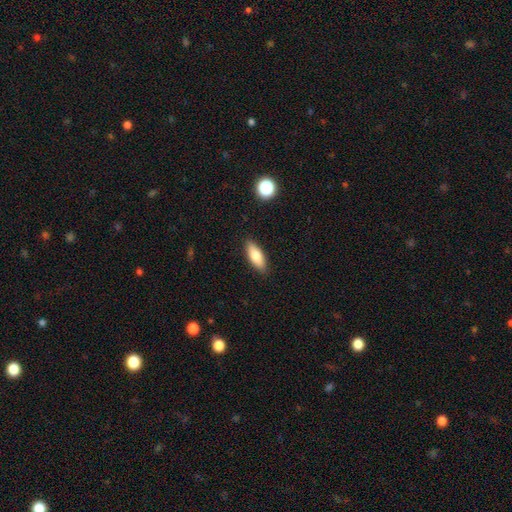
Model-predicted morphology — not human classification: Smooth or featured?
  - smooth: 76% *
  - featured or disk: 17%
  - star or artifact: 7%
How rounded?
  - in between: 71% *
  - cigar-shaped: 26%
  - round: 2%
Merging?
  - none: 88% *
  - minor disturbance: 9%
  - major disturbance: 2%
  - merger: 1%